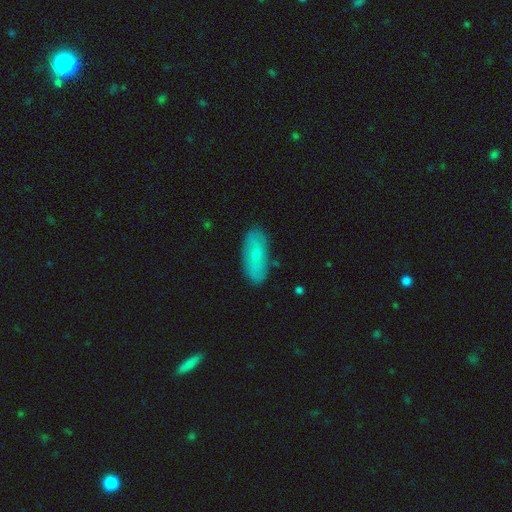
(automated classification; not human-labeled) The model was most divided on "smooth or featured": smooth: 68%, featured or disk: 25%, star or artifact: 7%. More confident: merging — none (82%); how rounded — in between (78%).